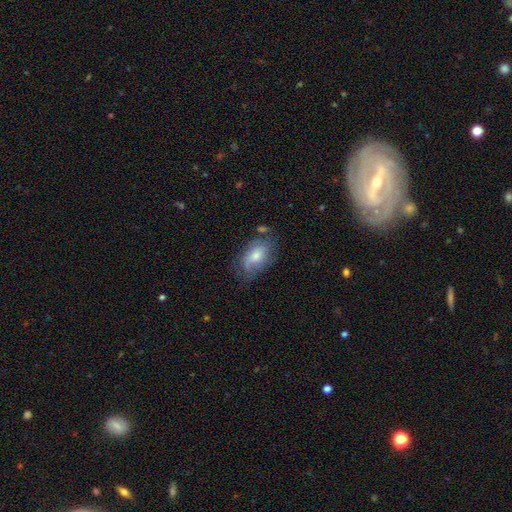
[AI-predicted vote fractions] Q: Smooth or featured?
A: smooth (54%); runner-up: featured or disk (38%)
Q: How rounded?
A: in between (88%); runner-up: round (9%)
Q: Merging?
A: none (55%); runner-up: minor disturbance (27%)